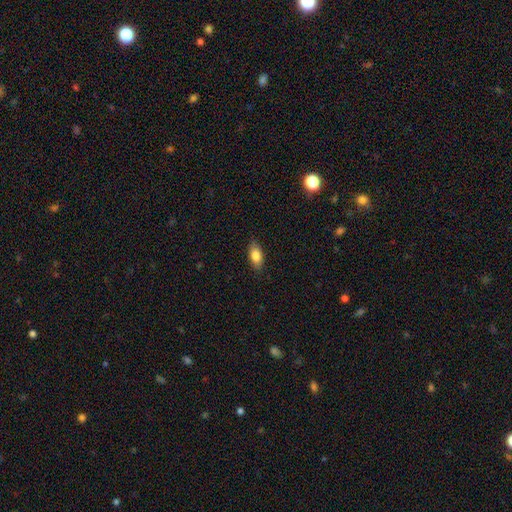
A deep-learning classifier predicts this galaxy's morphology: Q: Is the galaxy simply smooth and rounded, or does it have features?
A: smooth — 81%.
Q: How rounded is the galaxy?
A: in between — 87%.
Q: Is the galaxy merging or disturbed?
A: none — 86%.